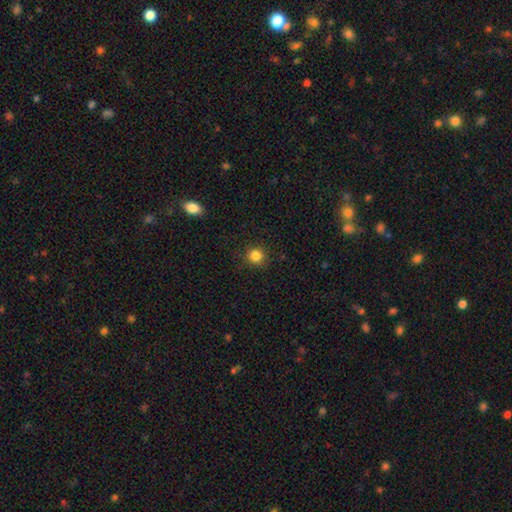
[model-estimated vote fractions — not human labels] smooth-or-featured: smooth: 84% | star or artifact: 12% | featured or disk: 4%
  how-rounded: round: 90% | in between: 9% | cigar-shaped: 1%
  merging: none: 88% | minor disturbance: 8% | major disturbance: 2% | merger: 1%